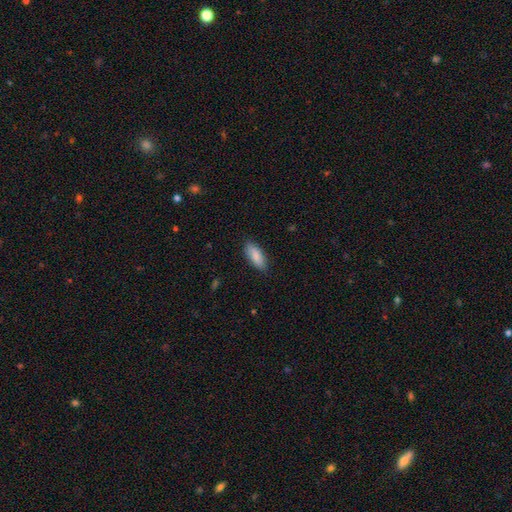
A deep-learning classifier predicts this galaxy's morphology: type=smooth (86%); roundness=in between (78%); merging=none (83%).